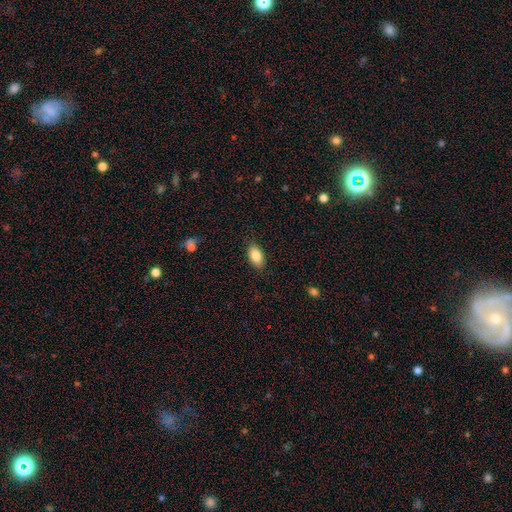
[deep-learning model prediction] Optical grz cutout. It shows a smooth galaxy with no disk features (85%) that is in between round and cigar-shaped (92%). Merging: none (86%).